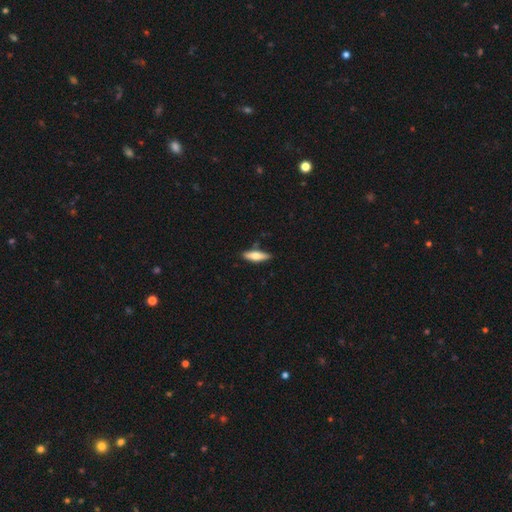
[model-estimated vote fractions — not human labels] Morphology: type=smooth (65%); roundness=cigar-shaped (55%); merging=none (82%).